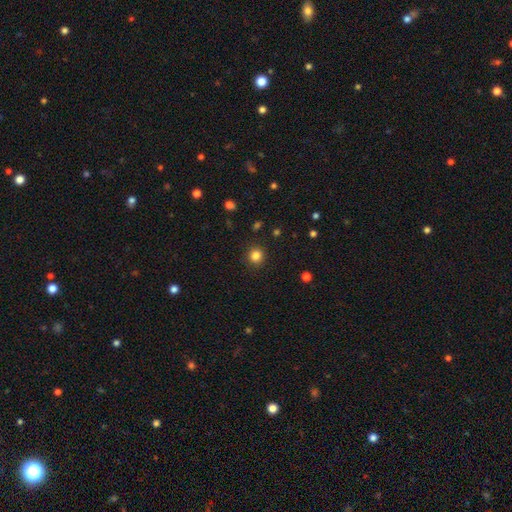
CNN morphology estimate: Smooth or featured: smooth — 83% (star or artifact — 12%)
How rounded: round — 92% (in between — 7%)
Merging: none — 91% (minor disturbance — 6%)